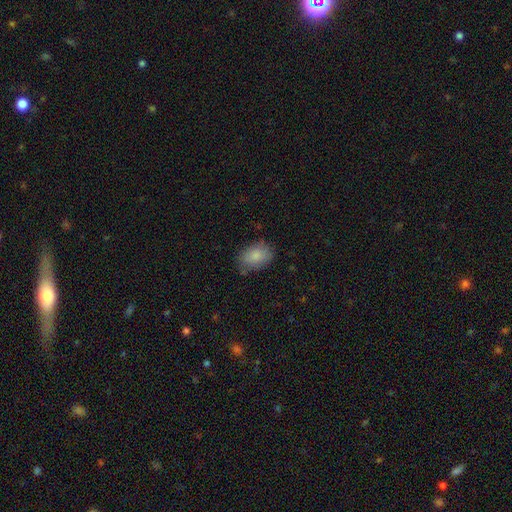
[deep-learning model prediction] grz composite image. It shows a smooth galaxy with no disk features (86%) that is in between round and cigar-shaped (84%). Merging: none (75%).